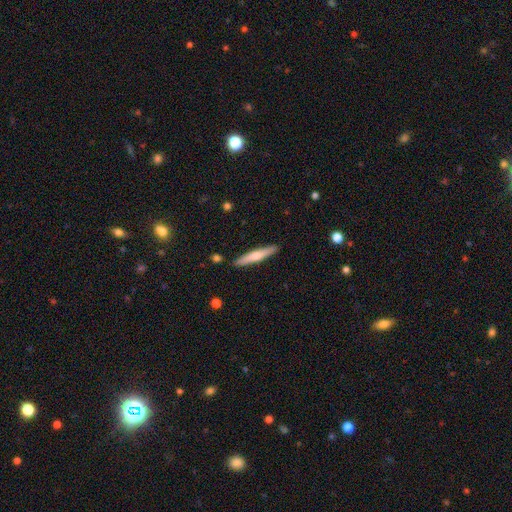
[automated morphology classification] A smooth galaxy with no disk features (56%) that is cigar-shaped (93%). Merging: none (89%).